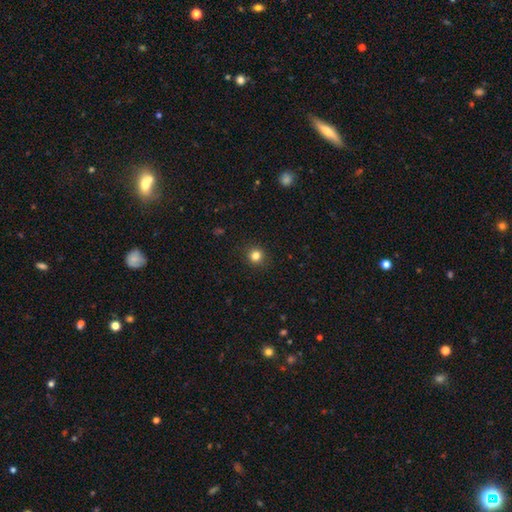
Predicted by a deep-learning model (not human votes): smooth 82%, star or artifact 13%, featured or disk 5%. Down the decision tree: how rounded — round (92%); merging — none (92%).